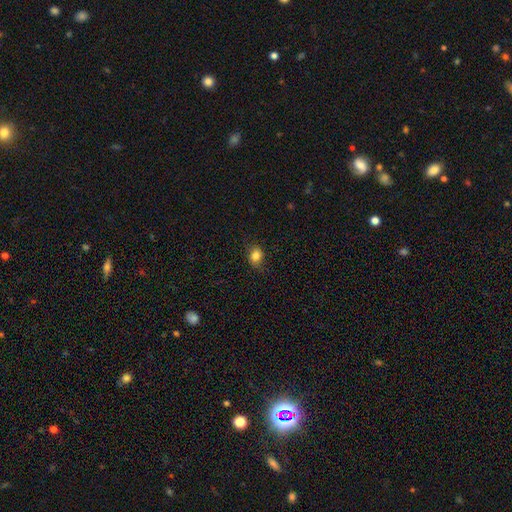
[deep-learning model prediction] Smooth or featured: smooth — 83% (star or artifact — 11%)
How rounded: in between — 51% (round — 48%)
Merging: none — 72% (minor disturbance — 21%)